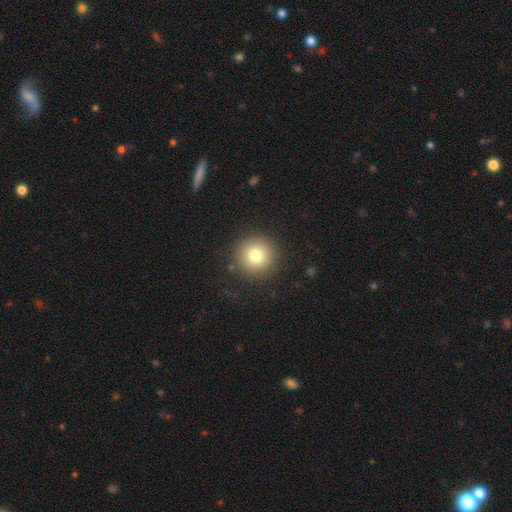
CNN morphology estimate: This appears to be a smooth galaxy with no disk features (78%) that is round (96%). Merging: none (90%).